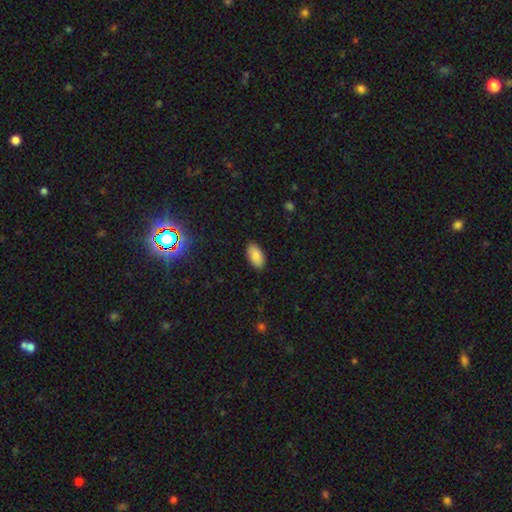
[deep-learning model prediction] Smooth or featured? smooth (87%)
How rounded? in between (95%)
Merging? none (88%)